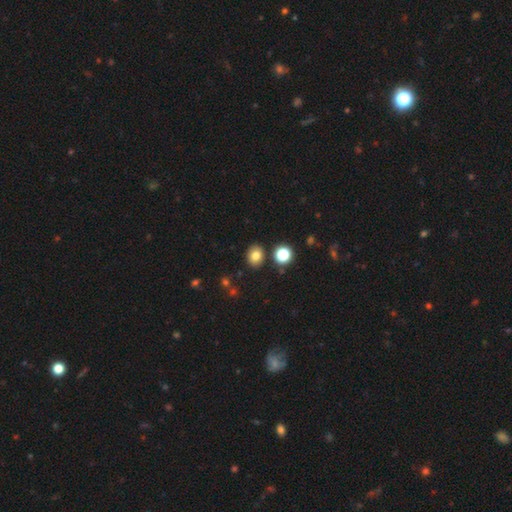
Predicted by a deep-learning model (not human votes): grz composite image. It shows a smooth galaxy with no disk features (79%) that is in between round and cigar-shaped (50%). Merging: none (84%).